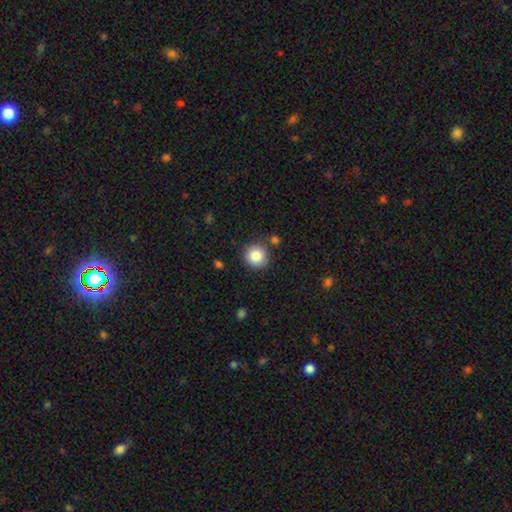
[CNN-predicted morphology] A smooth galaxy with no disk features (84%) that is round (92%).

Vote fractions:
- Smooth or featured? smooth: 84% / star or artifact: 10% / featured or disk: 6%
- How rounded? round: 92% / in between: 7% / cigar-shaped: 1%
- Merging? none: 83% / minor disturbance: 9% / merger: 5% / major disturbance: 3%